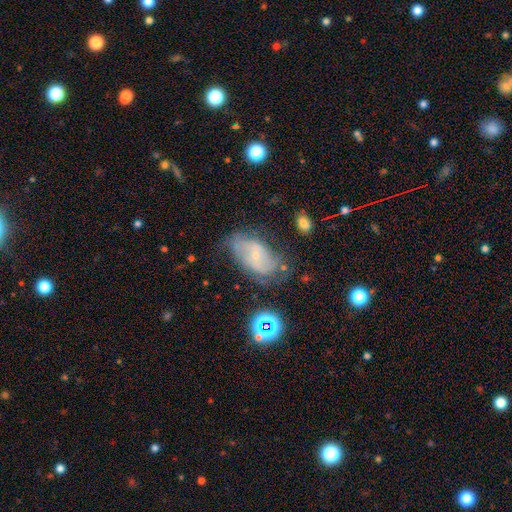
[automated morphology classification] The model was most divided on "merging": none: 52%, minor disturbance: 30%, major disturbance: 15%, merger: 4%. More confident: edge-on disk — no (93%); bulge size — small (77%); spiral arms — yes (69%); bar — no (64%); smooth or featured — featured or disk (57%).